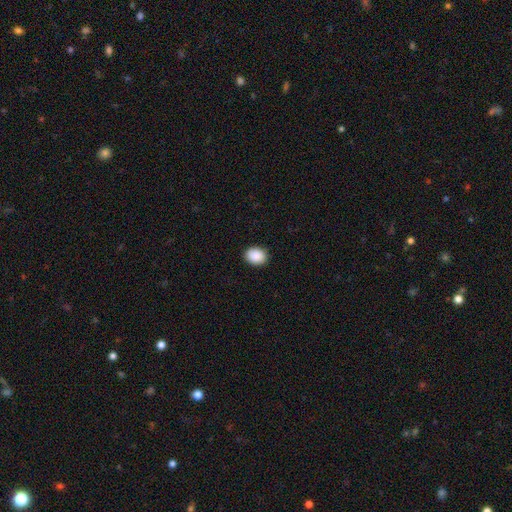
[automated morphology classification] Smooth or featured?
  - smooth: 90% *
  - star or artifact: 7%
  - featured or disk: 2%
How rounded?
  - in between: 61% *
  - round: 38%
  - cigar-shaped: 1%
Merging?
  - none: 90% *
  - minor disturbance: 7%
  - major disturbance: 2%
  - merger: 1%